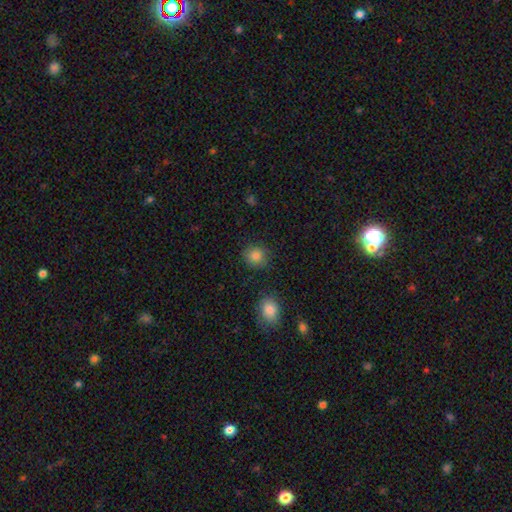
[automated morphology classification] Smooth or featured? smooth (85%)
How rounded? round (86%)
Merging? none (86%)